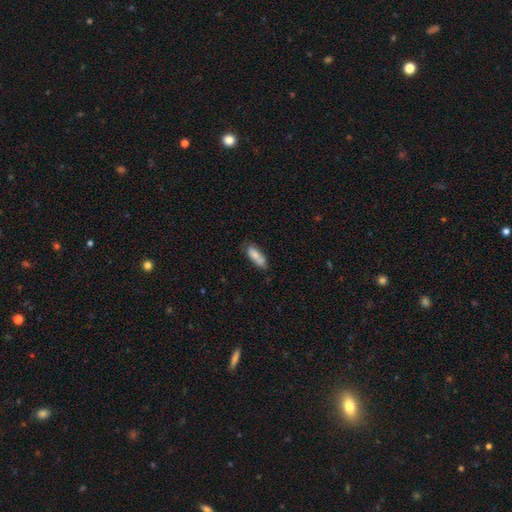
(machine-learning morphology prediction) smooth-or-featured: smooth: 78% | featured or disk: 14% | star or artifact: 7%
  how-rounded: in between: 62% | cigar-shaped: 36% | round: 2%
  merging: none: 53% | minor disturbance: 25% | merger: 14% | major disturbance: 7%